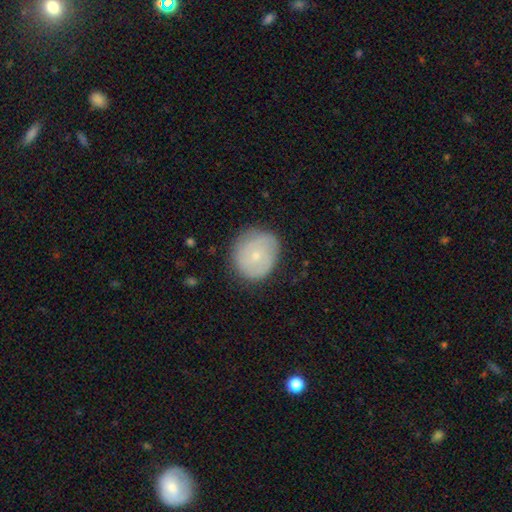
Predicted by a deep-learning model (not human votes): This appears to be a smooth galaxy with no disk features (54%) that is round (79%). Merging: none (77%).